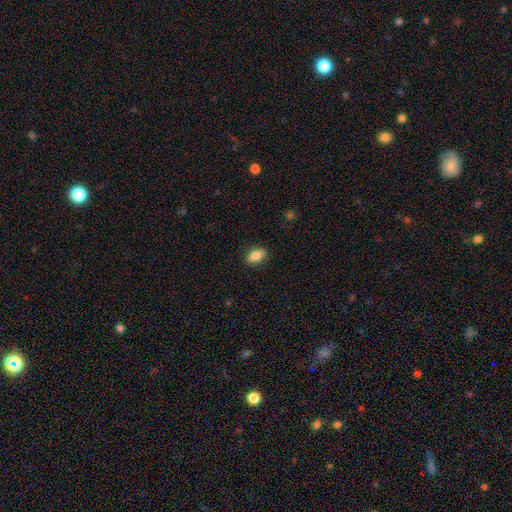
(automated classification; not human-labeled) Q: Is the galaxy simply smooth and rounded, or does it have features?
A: smooth — 84%.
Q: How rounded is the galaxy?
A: in between — 88%.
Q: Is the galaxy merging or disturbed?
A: none — 88%.